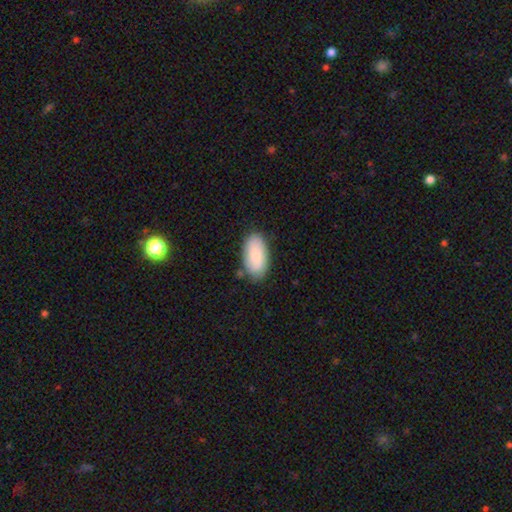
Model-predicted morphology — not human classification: smooth-or-featured: smooth: 80% | featured or disk: 14% | star or artifact: 6%
  how-rounded: in between: 94% | round: 3% | cigar-shaped: 3%
  merging: none: 77% | minor disturbance: 16% | major disturbance: 3% | merger: 3%